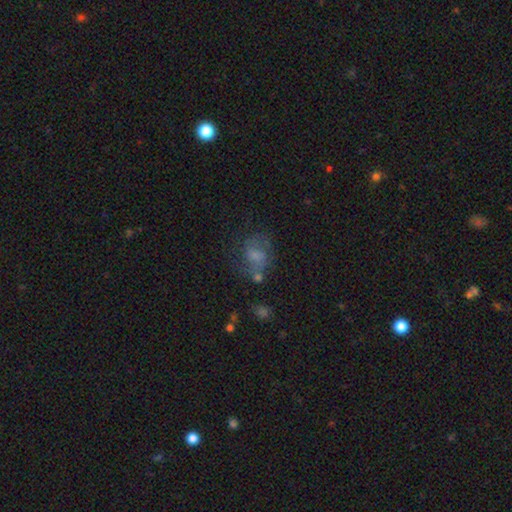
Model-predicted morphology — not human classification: This appears to be a smooth galaxy with no disk features (46%). Merging: none (46%).